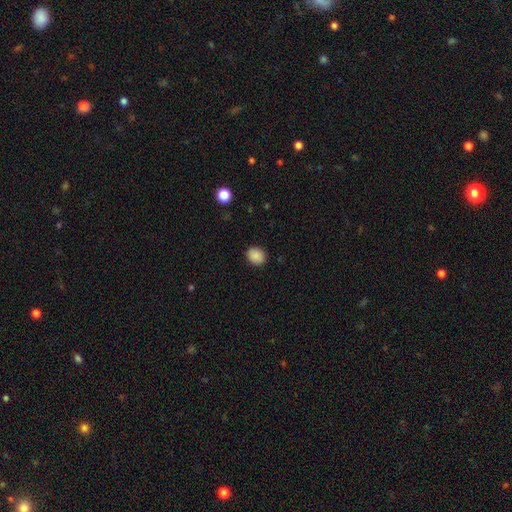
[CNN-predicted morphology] smooth_or_featured: smooth (p=0.88) [alt: star or artifact p=0.09]
how_rounded: round (p=0.58) [alt: in between p=0.41]
merging: none (p=0.89) [alt: minor disturbance p=0.08]